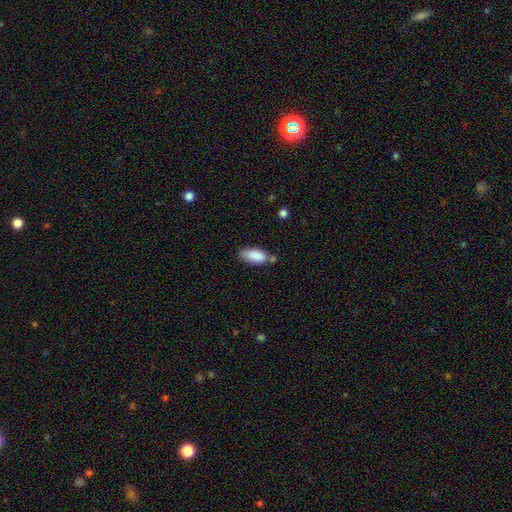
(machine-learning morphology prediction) Smooth or featured?
  - smooth: 87% *
  - star or artifact: 7%
  - featured or disk: 6%
How rounded?
  - in between: 85% *
  - cigar-shaped: 13%
  - round: 2%
Merging?
  - none: 62% *
  - minor disturbance: 21%
  - merger: 12%
  - major disturbance: 4%